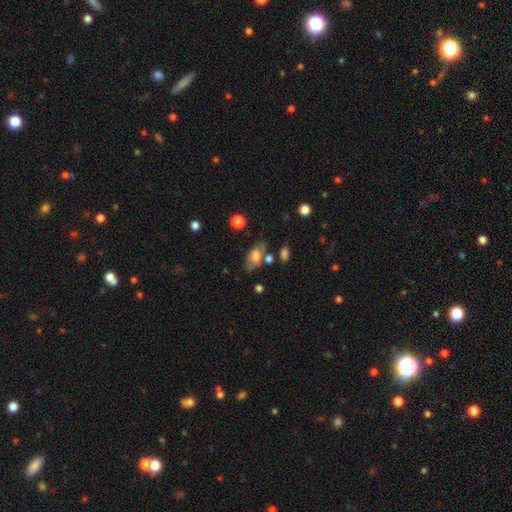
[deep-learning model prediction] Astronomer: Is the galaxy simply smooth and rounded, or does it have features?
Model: smooth — 62%.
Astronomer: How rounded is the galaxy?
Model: in between — 88%.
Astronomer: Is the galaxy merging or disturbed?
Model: none — 57%.